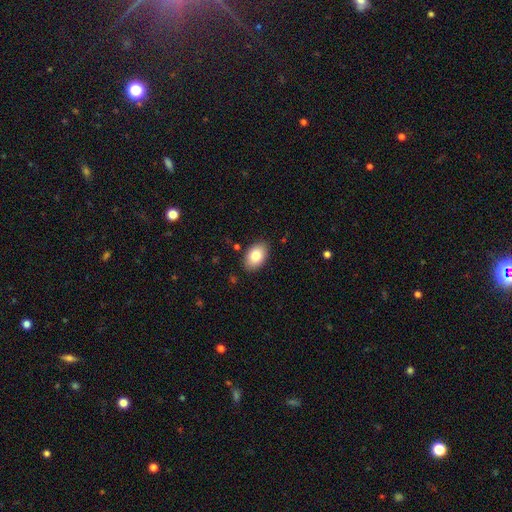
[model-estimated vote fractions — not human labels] Smooth or featured? Predicted: smooth (p=0.82). How rounded? Predicted: in between (p=0.90). Merging? Predicted: none (p=0.87).